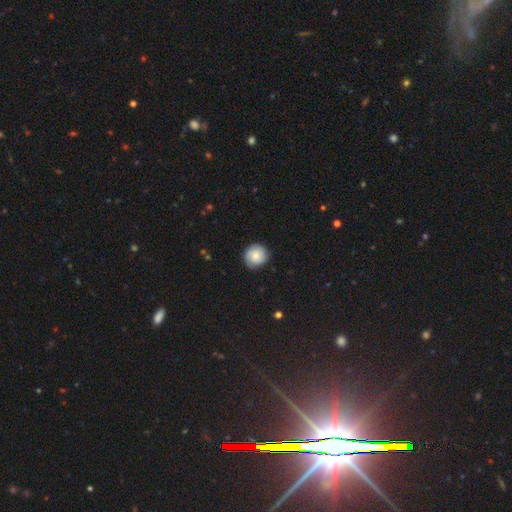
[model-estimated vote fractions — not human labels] This appears to be a smooth galaxy with no disk features (70%) that is round (93%). Merging: none (84%).